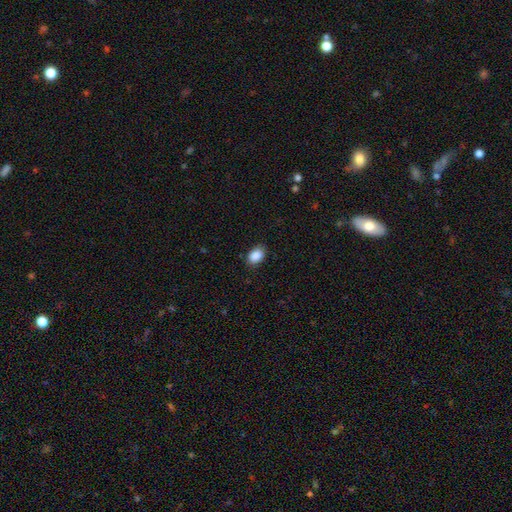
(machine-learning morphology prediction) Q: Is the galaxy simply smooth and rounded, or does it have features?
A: smooth — 89%.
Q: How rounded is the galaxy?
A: in between — 81%.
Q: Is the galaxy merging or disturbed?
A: none — 86%.